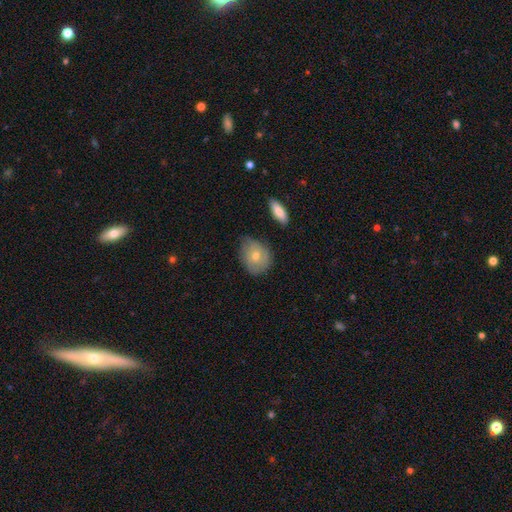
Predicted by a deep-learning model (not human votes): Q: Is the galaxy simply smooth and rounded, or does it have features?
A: smooth — 60%.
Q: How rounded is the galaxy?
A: round — 51%.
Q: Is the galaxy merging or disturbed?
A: none — 68%.